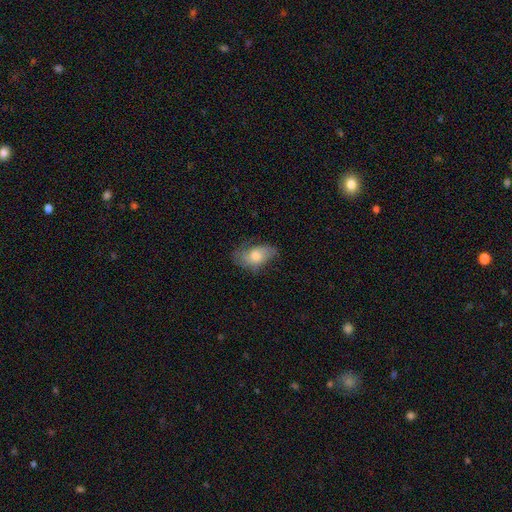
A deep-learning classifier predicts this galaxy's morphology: A smooth galaxy with no disk features (54%) that is in between round and cigar-shaped (88%).

Vote fractions:
- Smooth or featured? smooth: 54% / featured or disk: 37% / star or artifact: 9%
- How rounded? in between: 88% / round: 9% / cigar-shaped: 3%
- Merging? none: 53% / minor disturbance: 30% / major disturbance: 15% / merger: 1%